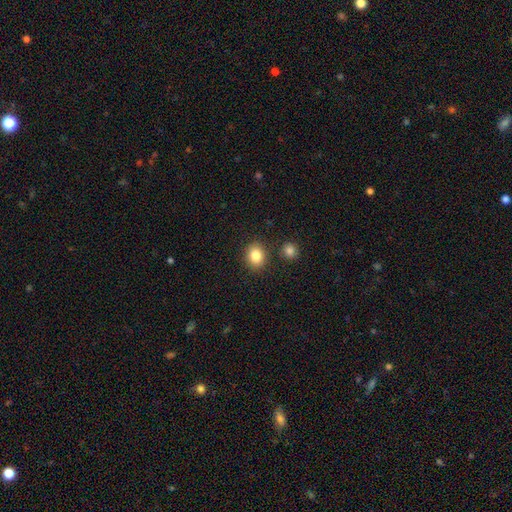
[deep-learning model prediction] The model was most divided on "how rounded": round: 59%, in between: 40%, cigar-shaped: 1%. More confident: merging — none (85%); smooth or featured — smooth (84%).